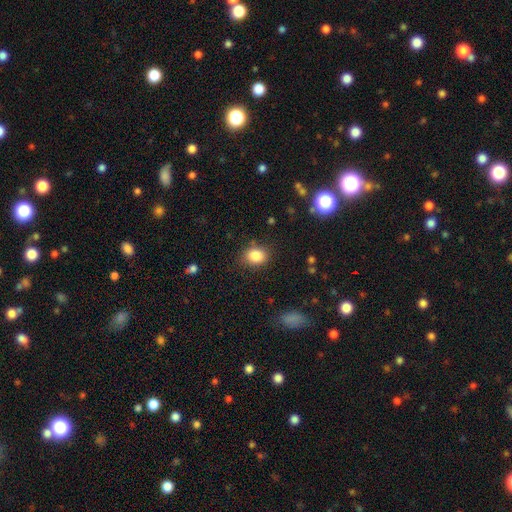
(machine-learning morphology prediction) Smooth or featured? smooth (85%)
How rounded? in between (57%)
Merging? none (82%)